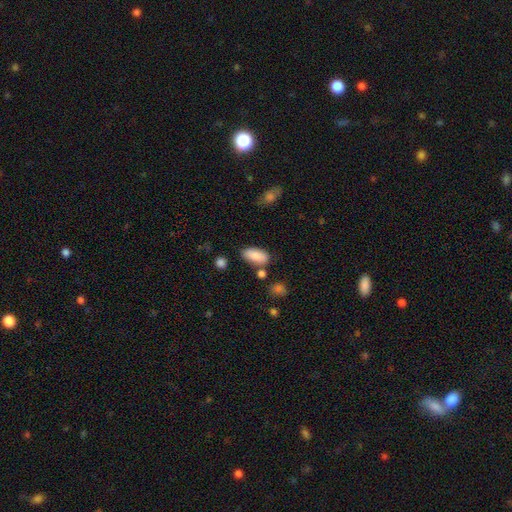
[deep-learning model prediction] Overall: smooth (86%). How rounded: in between (90%). Merging: none (74%).